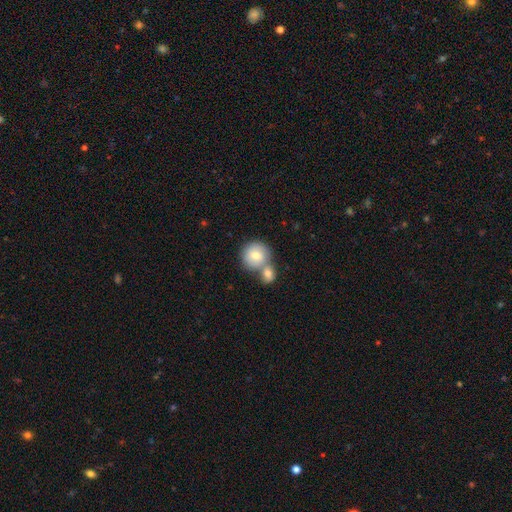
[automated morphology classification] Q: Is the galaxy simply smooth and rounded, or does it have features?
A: smooth — 76%.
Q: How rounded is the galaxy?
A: round — 89%.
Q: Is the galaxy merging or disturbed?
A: merger — 50%.